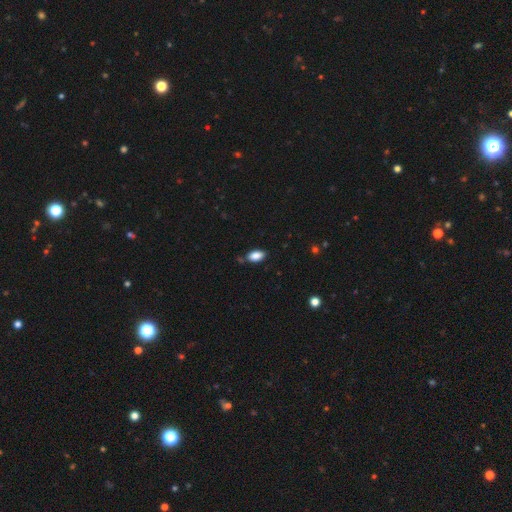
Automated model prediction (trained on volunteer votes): smooth 87%, star or artifact 8%, featured or disk 5%. Down the decision tree: how rounded — in between (93%); merging — none (78%).